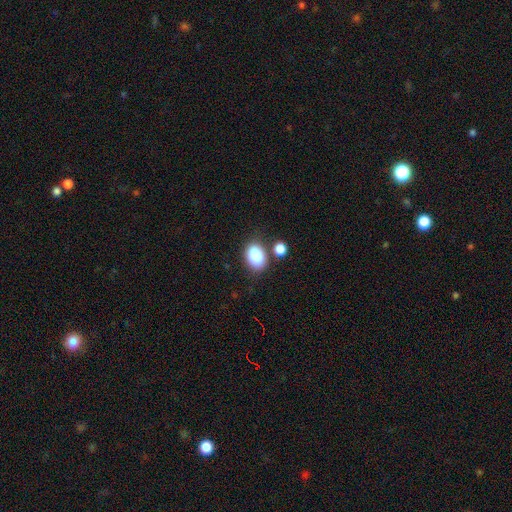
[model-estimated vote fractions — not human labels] A smooth galaxy with no disk features (88%) that is in between round and cigar-shaped (78%).

Vote fractions:
- Smooth or featured? smooth: 88% / star or artifact: 8% / featured or disk: 5%
- How rounded? in between: 78% / round: 21% / cigar-shaped: 1%
- Merging? none: 70% / minor disturbance: 14% / merger: 12% / major disturbance: 4%